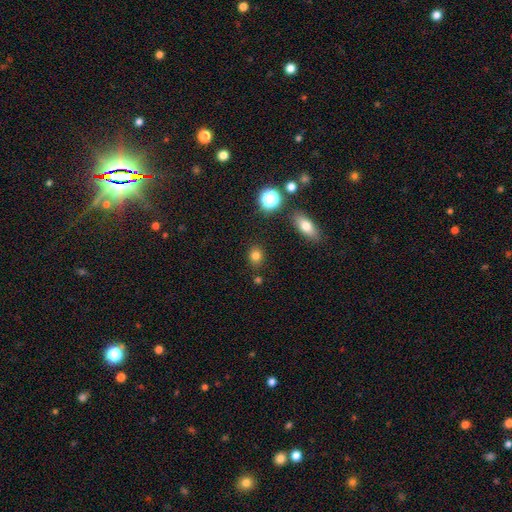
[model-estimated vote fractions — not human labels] A smooth galaxy with no disk features (79%) that is round (62%). Merging: none (84%).